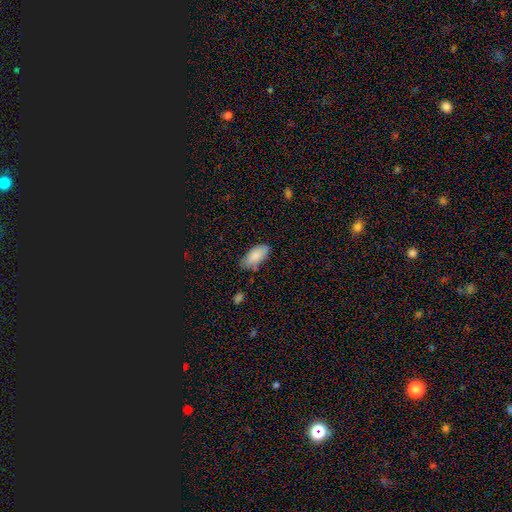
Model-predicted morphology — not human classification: A smooth galaxy with no disk features (86%) that is in between round and cigar-shaped (92%). Merging: none (71%).